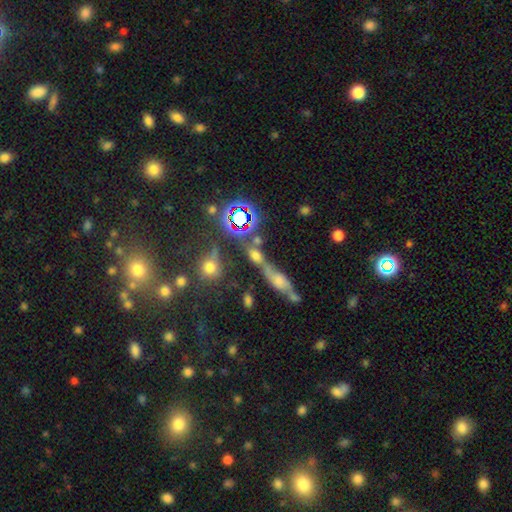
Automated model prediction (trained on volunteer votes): Smooth or featured: smooth — 45% (star or artifact — 30%)
Merging: none — 41% (tied with merger — 41%)